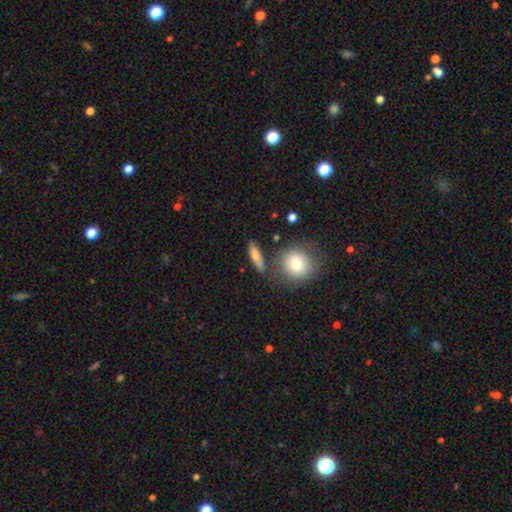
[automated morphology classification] type=smooth (77%); roundness=cigar-shaped (58%); merging=none (70%).